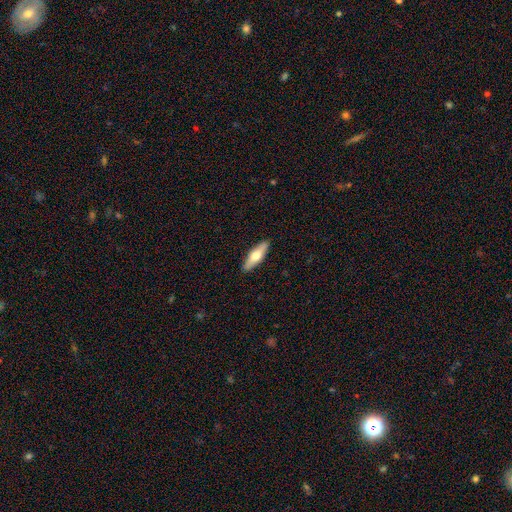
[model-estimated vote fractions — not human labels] This appears to be a smooth galaxy with no disk features (55%) that is cigar-shaped (56%). Merging: none (90%).